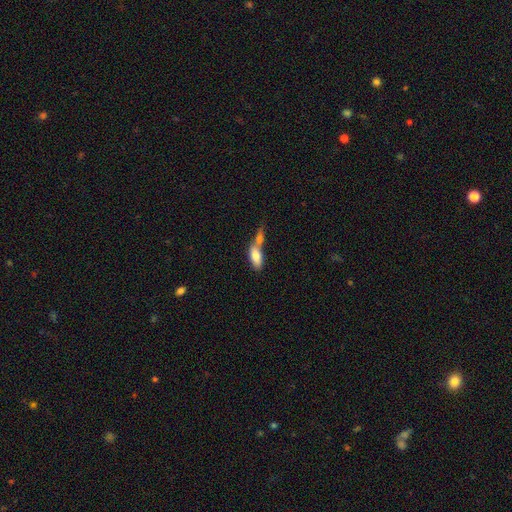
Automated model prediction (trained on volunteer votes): Smooth or featured?
  - smooth: 74% *
  - featured or disk: 19%
  - star or artifact: 7%
How rounded?
  - in between: 80% *
  - cigar-shaped: 17%
  - round: 3%
Merging?
  - merger: 63% *
  - none: 22%
  - minor disturbance: 9%
  - major disturbance: 6%